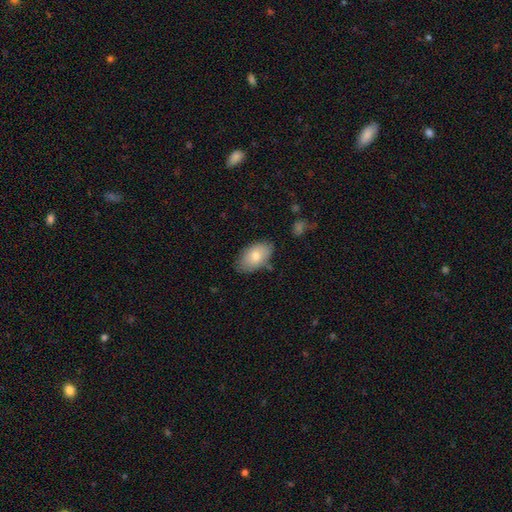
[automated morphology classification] This is likely a smooth galaxy (75%). How rounded: clearly in between (92%). Merging: likely none (77%).